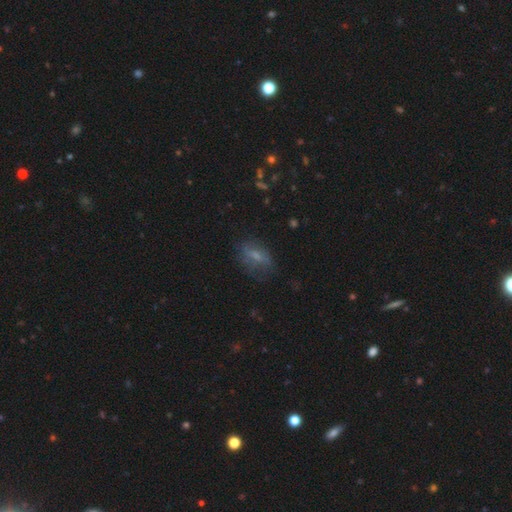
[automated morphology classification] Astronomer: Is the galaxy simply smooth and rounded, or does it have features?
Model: smooth — 55% (runner-up: featured or disk, 32%).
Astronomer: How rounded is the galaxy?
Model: in between — 78%.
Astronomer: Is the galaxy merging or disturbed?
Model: none — 59%.